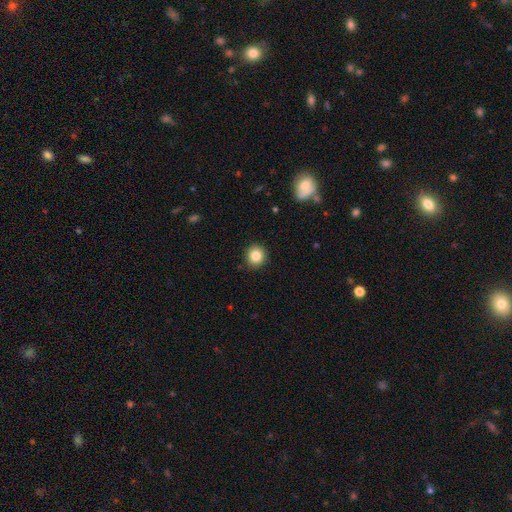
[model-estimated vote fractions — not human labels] A smooth galaxy with no disk features (84%) that is round (86%). Merging: none (91%).